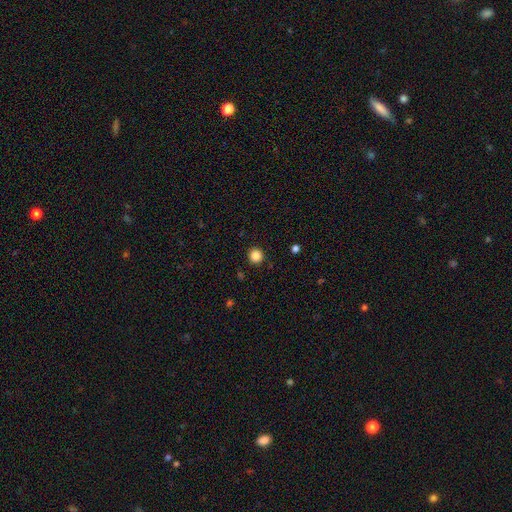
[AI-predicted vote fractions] Q: Smooth or featured?
A: smooth (86%); runner-up: star or artifact (11%)
Q: How rounded?
A: round (95%); runner-up: in between (4%)
Q: Merging?
A: none (92%); runner-up: minor disturbance (5%)